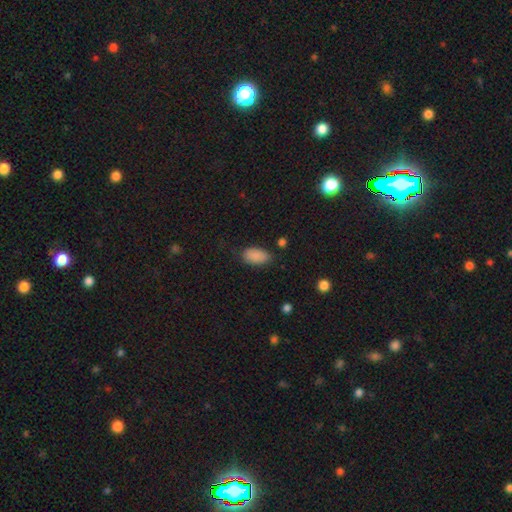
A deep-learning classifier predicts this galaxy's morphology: type=smooth (88%); roundness=in between (94%); merging=none (78%).